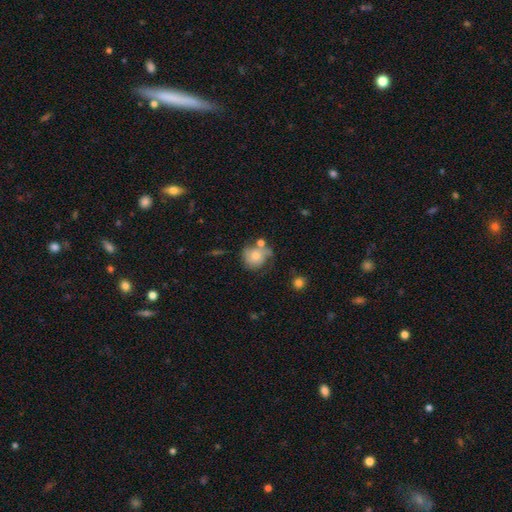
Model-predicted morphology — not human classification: Smooth or featured? smooth (57%)
How rounded? round (77%)
Merging? none (46%)